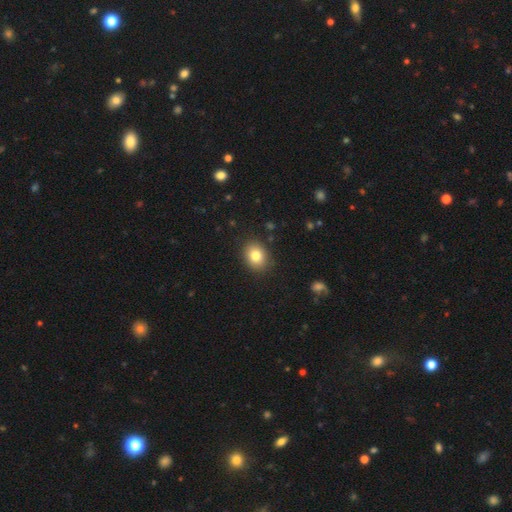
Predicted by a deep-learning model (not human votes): Smooth or featured?
  - smooth: 82% *
  - star or artifact: 10%
  - featured or disk: 9%
How rounded?
  - round: 50% *
  - in between: 49%
  - cigar-shaped: 1%
Merging?
  - none: 88% *
  - minor disturbance: 8%
  - major disturbance: 2%
  - merger: 1%